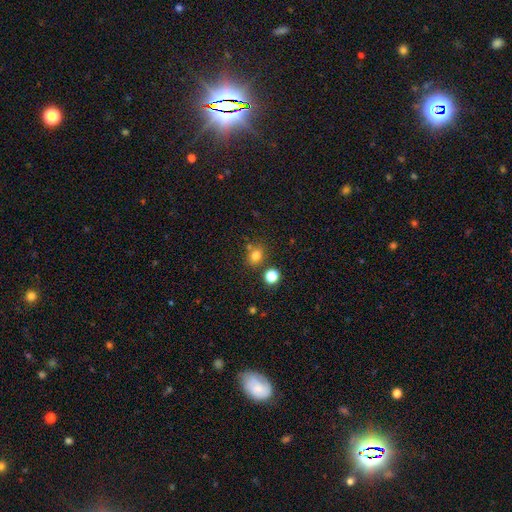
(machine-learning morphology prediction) A smooth galaxy with no disk features (77%) that is round (59%).

Vote fractions:
- Smooth or featured? smooth: 77% / star or artifact: 16% / featured or disk: 7%
- How rounded? round: 59% / in between: 40% / cigar-shaped: 1%
- Merging? none: 72% / merger: 13% / minor disturbance: 12% / major disturbance: 4%